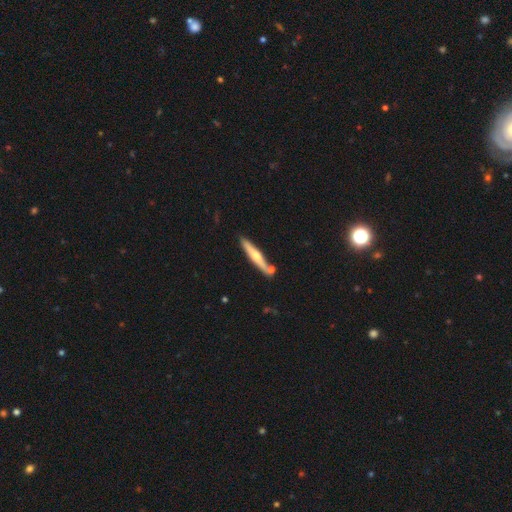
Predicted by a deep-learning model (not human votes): Smooth or featured?
  - featured or disk: 51% *
  - smooth: 44%
  - star or artifact: 5%
Edge-on disk?
  - yes: 94% *
  - no: 6%
Merging?
  - none: 75% *
  - minor disturbance: 11%
  - merger: 11%
  - major disturbance: 2%